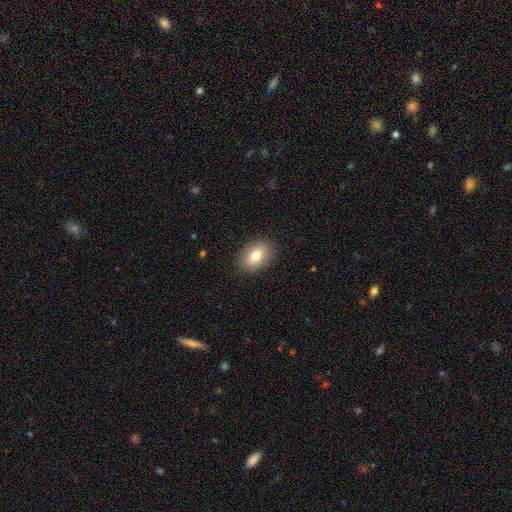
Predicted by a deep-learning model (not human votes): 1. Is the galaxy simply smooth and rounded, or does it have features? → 77% smooth, 15% featured or disk, 8% star or artifact.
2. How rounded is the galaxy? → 83% in between, 16% round, 2% cigar-shaped.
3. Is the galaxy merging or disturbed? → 88% none, 9% minor disturbance, 2% major disturbance, 1% merger.